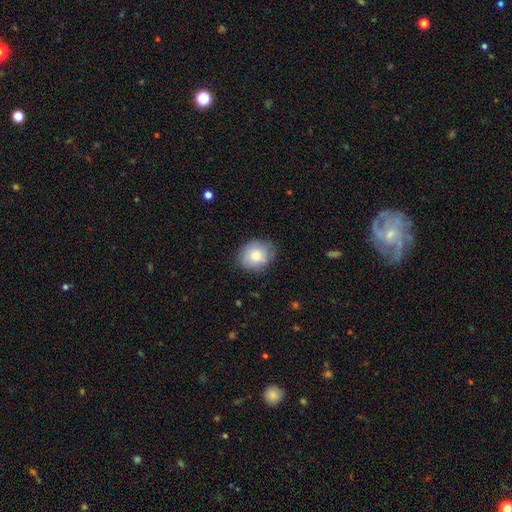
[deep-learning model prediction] Smooth or featured?
  - smooth: 80% *
  - featured or disk: 13%
  - star or artifact: 7%
How rounded?
  - in between: 50% *
  - round: 49%
  - cigar-shaped: 1%
Merging?
  - none: 76% *
  - minor disturbance: 18%
  - major disturbance: 4%
  - merger: 1%